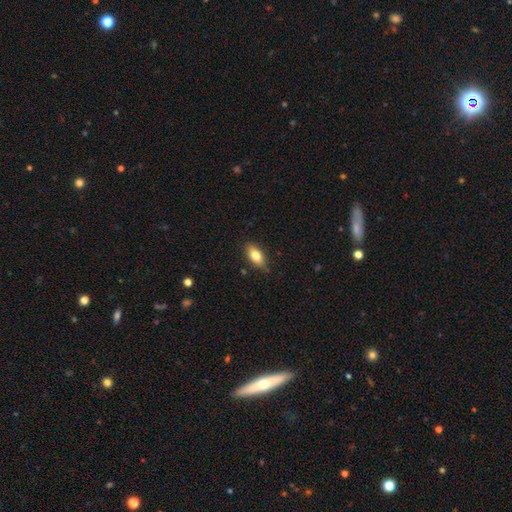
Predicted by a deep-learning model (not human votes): The model was most divided on "smooth or featured": smooth: 78%, featured or disk: 15%, star or artifact: 7%. More confident: how rounded — in between (87%); merging — none (81%).